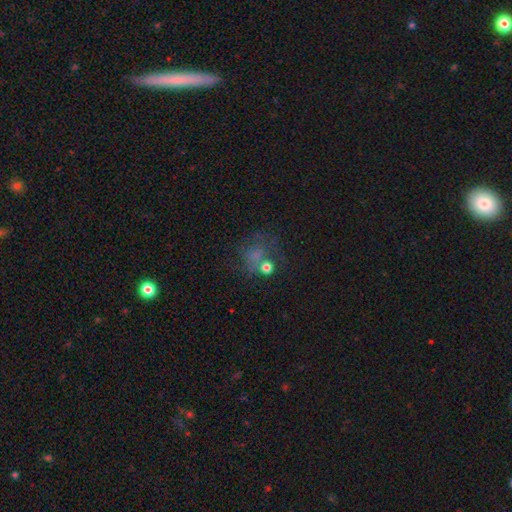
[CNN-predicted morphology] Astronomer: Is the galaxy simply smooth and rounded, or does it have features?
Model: smooth — 41% (runner-up: star or artifact, 31%).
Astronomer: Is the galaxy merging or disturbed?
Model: none — 48%.